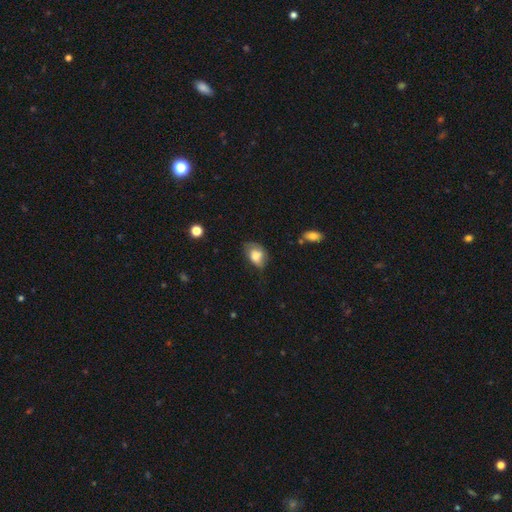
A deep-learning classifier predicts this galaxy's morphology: Q: Smooth or featured?
A: smooth (77%); runner-up: featured or disk (15%)
Q: How rounded?
A: in between (81%); runner-up: round (17%)
Q: Merging?
A: none (47%); runner-up: minor disturbance (39%)